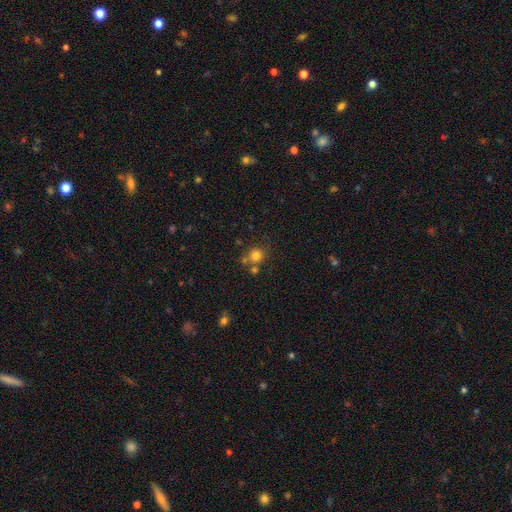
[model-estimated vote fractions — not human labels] Smooth or featured?
  - smooth: 78% *
  - star or artifact: 14%
  - featured or disk: 8%
How rounded?
  - round: 88% *
  - in between: 11%
  - cigar-shaped: 1%
Merging?
  - none: 63% *
  - merger: 22%
  - minor disturbance: 11%
  - major disturbance: 4%